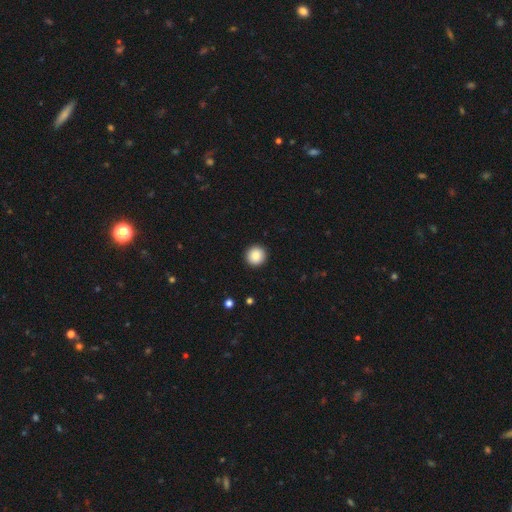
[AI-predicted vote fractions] Smooth or featured? smooth (87%)
How rounded? round (95%)
Merging? none (93%)